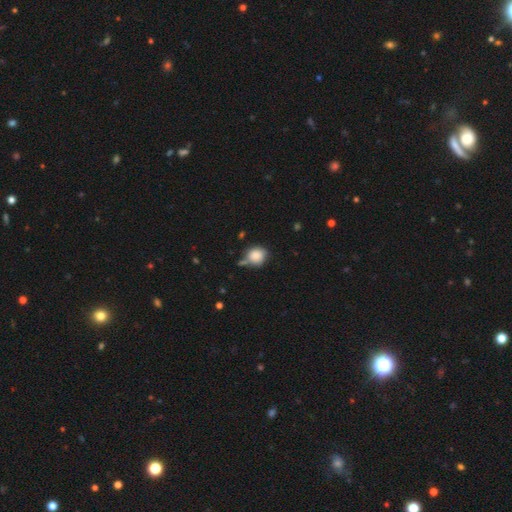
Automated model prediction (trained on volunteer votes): This is clearly a smooth galaxy (86%). How rounded: clearly round (84%). Merging: possibly none (60%).